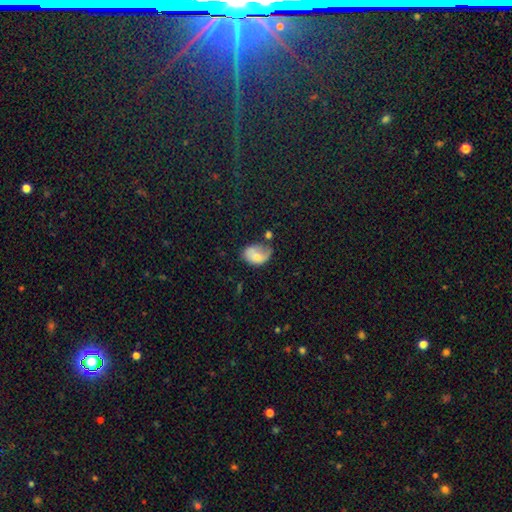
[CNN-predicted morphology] Smooth or featured? Predicted: smooth (p=0.65). How rounded? Predicted: in between (p=0.77). Merging? Predicted: minor disturbance (p=0.34).